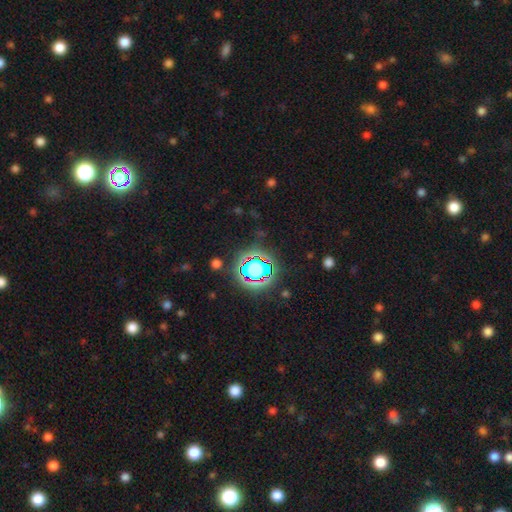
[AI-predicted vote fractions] This is likely a star or artifact rather than a galaxy (77%).